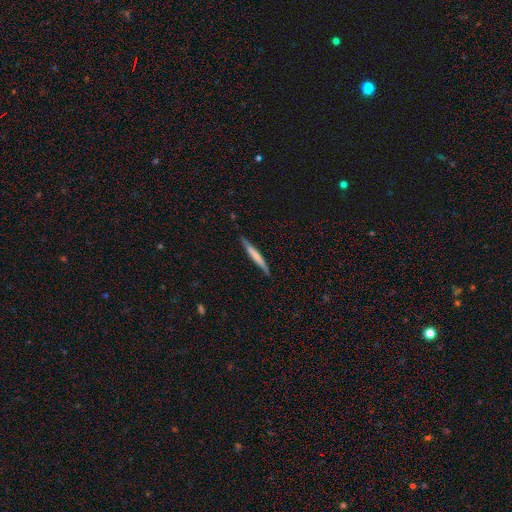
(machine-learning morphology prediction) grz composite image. It shows a smooth galaxy with no disk features (53%) that is cigar-shaped (96%). Merging: none (86%).